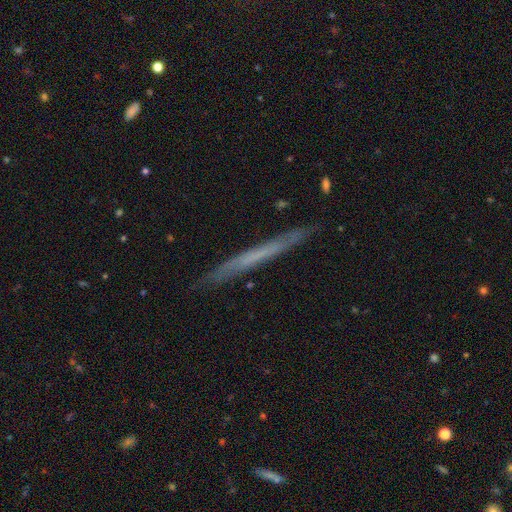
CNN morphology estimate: This appears to be a featured or disk galaxy (51%) viewed edge-on (95%). Merging: none (88%).